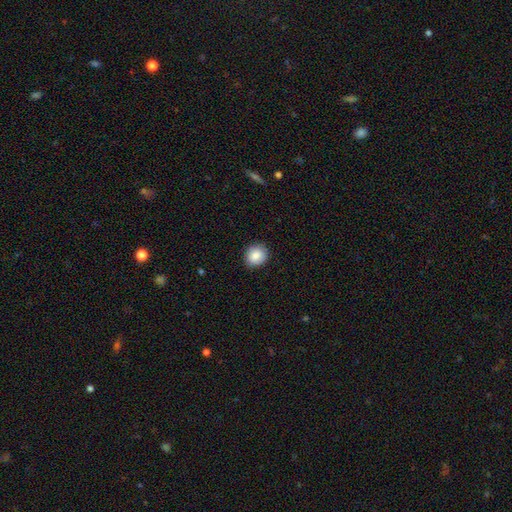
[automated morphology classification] Overall: smooth (86%). How rounded: round (78%). Merging: none (87%).